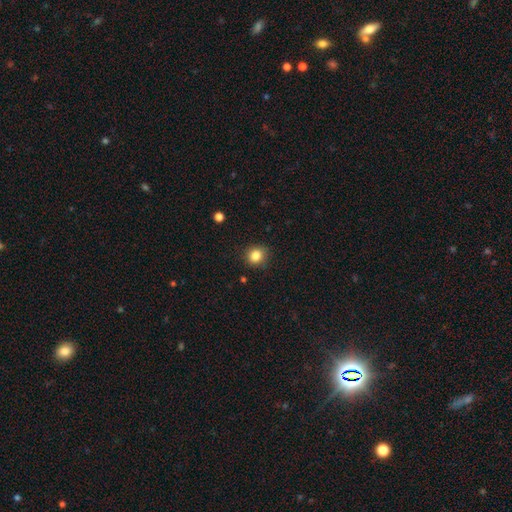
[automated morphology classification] type=smooth (84%); roundness=round (82%); merging=none (87%).